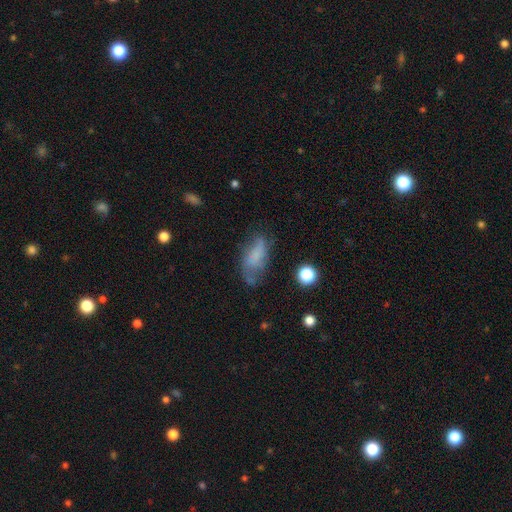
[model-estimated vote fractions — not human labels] Smooth or featured?
  - smooth: 57% *
  - featured or disk: 31%
  - star or artifact: 12%
How rounded?
  - in between: 83% *
  - cigar-shaped: 12%
  - round: 5%
Merging?
  - none: 46% *
  - minor disturbance: 30%
  - major disturbance: 19%
  - merger: 4%